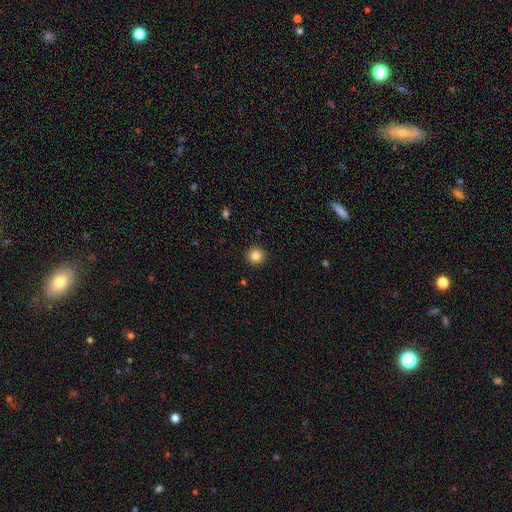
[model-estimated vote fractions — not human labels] This appears to be a smooth galaxy with no disk features (84%) that is round (95%). Merging: none (93%).